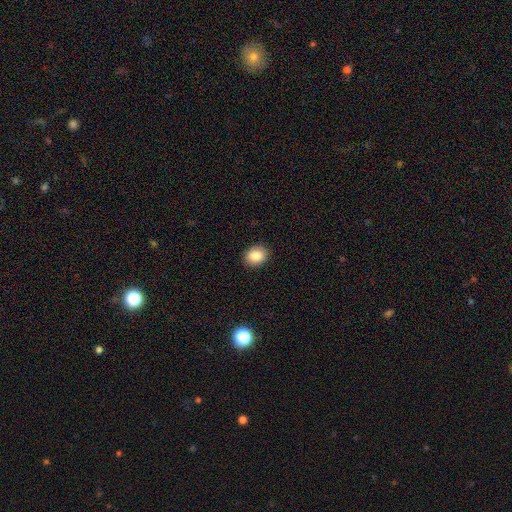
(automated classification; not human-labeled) The model was most divided on "how rounded": round: 50%, in between: 49%, cigar-shaped: 1%. More confident: merging — none (90%); smooth or featured — smooth (87%).